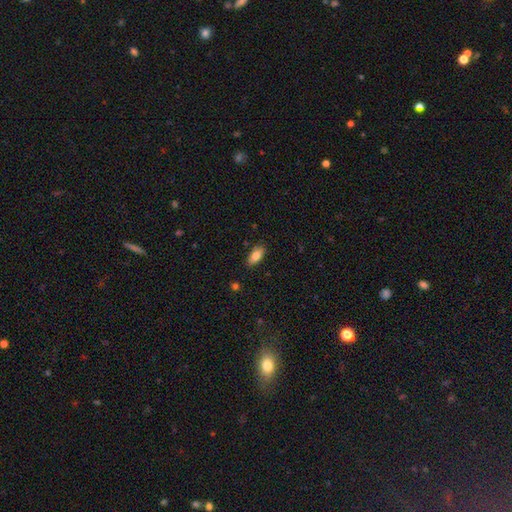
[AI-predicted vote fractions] The model was most divided on "smooth or featured": smooth: 81%, featured or disk: 12%, star or artifact: 7%. More confident: how rounded — in between (89%); merging — none (84%).